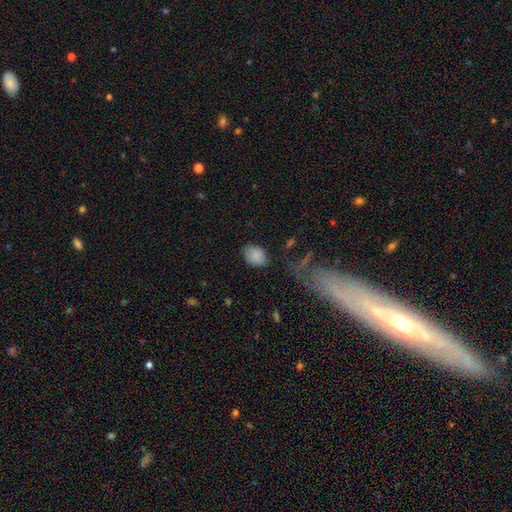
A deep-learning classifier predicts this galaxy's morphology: Smooth or featured?
  - smooth: 86% *
  - star or artifact: 8%
  - featured or disk: 6%
How rounded?
  - in between: 75% *
  - round: 24%
  - cigar-shaped: 1%
Merging?
  - none: 77% *
  - minor disturbance: 17%
  - major disturbance: 4%
  - merger: 2%